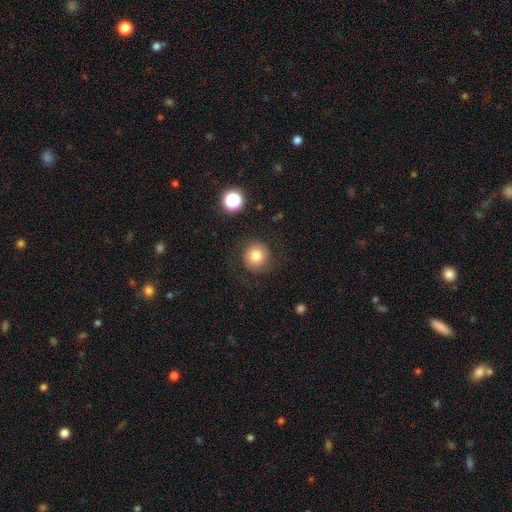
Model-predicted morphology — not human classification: Smooth or featured? Predicted: smooth (p=0.76). How rounded? Predicted: round (p=0.93). Merging? Predicted: none (p=0.79).